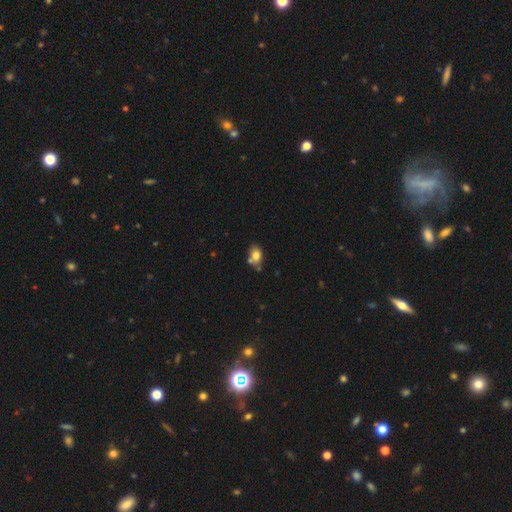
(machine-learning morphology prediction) Overall: smooth (79%). How rounded: in between (73%). Merging: none (57%; merger 19%).